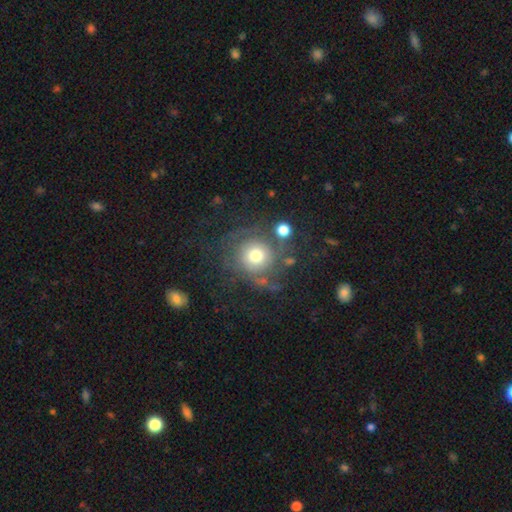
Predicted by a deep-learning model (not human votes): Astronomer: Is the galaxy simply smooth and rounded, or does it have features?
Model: smooth — 49% (runner-up: featured or disk, 36%).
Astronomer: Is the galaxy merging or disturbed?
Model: none — 63%.